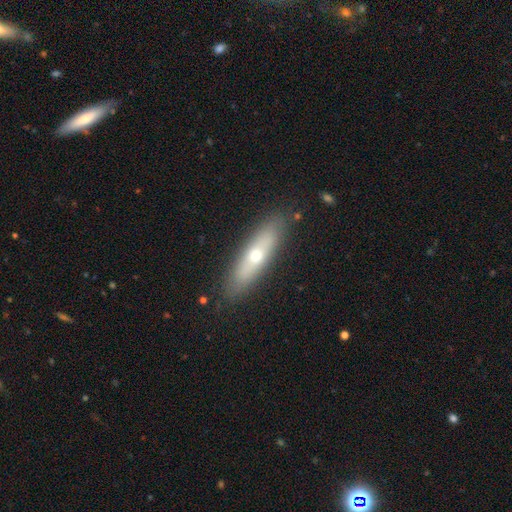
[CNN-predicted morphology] type=smooth (52%); roundness=cigar-shaped (70%); merging=none (87%).